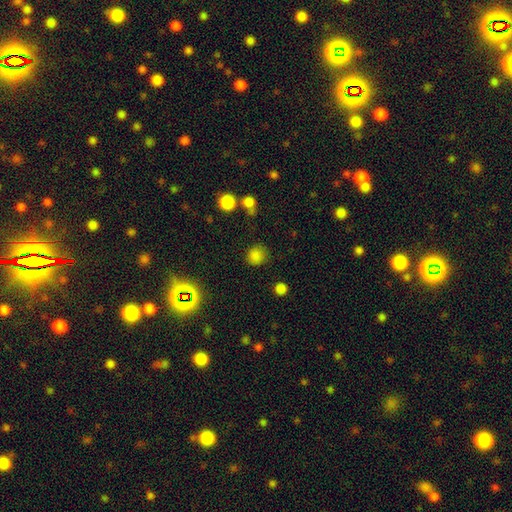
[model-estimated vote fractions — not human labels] smooth_or_featured: smooth (p=0.78) [alt: star or artifact p=0.17]
how_rounded: round (p=0.87) [alt: in between p=0.12]
merging: none (p=0.82) [alt: minor disturbance p=0.11]